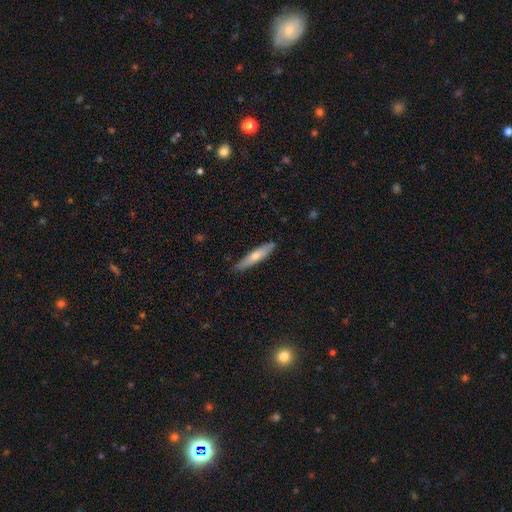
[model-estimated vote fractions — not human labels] A smooth galaxy with no disk features (56%) that is cigar-shaped (85%).

Vote fractions:
- Smooth or featured? smooth: 56% / featured or disk: 38% / star or artifact: 6%
- How rounded? cigar-shaped: 85% / in between: 14% / round: 2%
- Merging? none: 87% / minor disturbance: 10% / major disturbance: 2% / merger: 1%